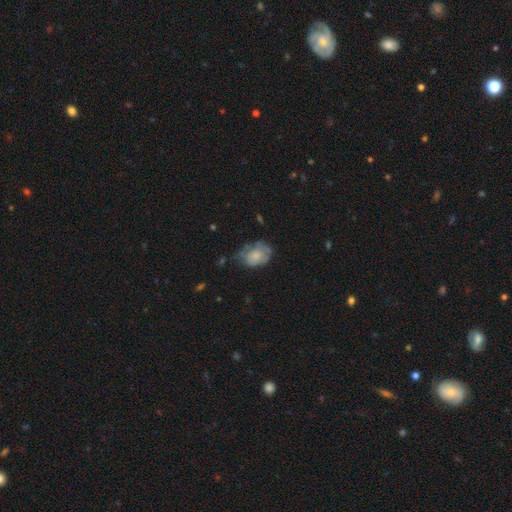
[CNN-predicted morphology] Smooth or featured?
  - smooth: 65% *
  - featured or disk: 27%
  - star or artifact: 8%
How rounded?
  - in between: 71% *
  - round: 28%
  - cigar-shaped: 1%
Merging?
  - minor disturbance: 38% *
  - none: 37%
  - major disturbance: 22%
  - merger: 4%